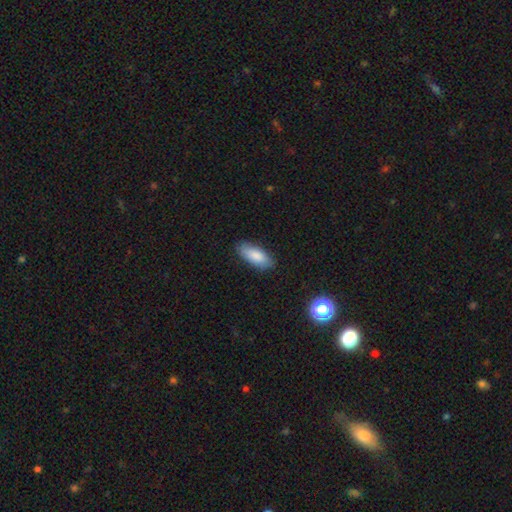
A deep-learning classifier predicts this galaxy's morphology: Smooth or featured? Predicted: smooth (p=0.86). How rounded? Predicted: in between (p=0.82). Merging? Predicted: none (p=0.84).